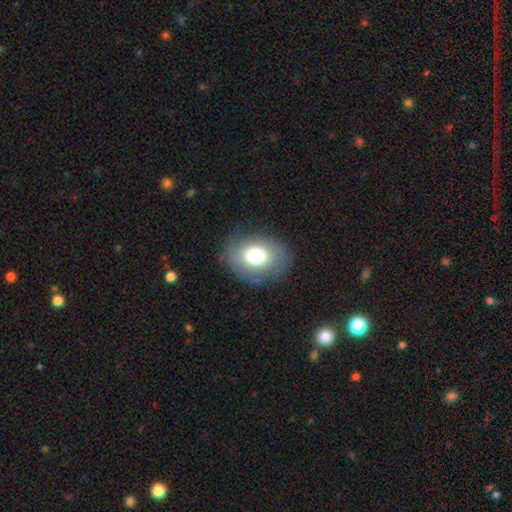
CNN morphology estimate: Smooth or featured?
  - smooth: 66% *
  - featured or disk: 24%
  - star or artifact: 10%
How rounded?
  - in between: 55% *
  - round: 44%
  - cigar-shaped: 1%
Merging?
  - none: 79% *
  - minor disturbance: 14%
  - major disturbance: 6%
  - merger: 1%